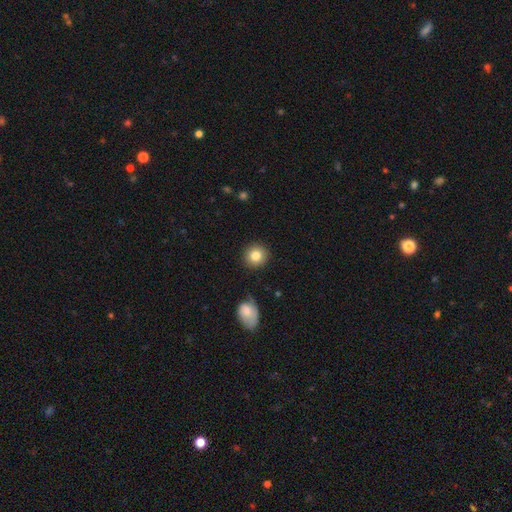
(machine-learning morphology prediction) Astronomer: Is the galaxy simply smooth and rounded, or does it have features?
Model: smooth — 82%.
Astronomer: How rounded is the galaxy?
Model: round — 92%.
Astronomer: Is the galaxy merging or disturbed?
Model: none — 90%.